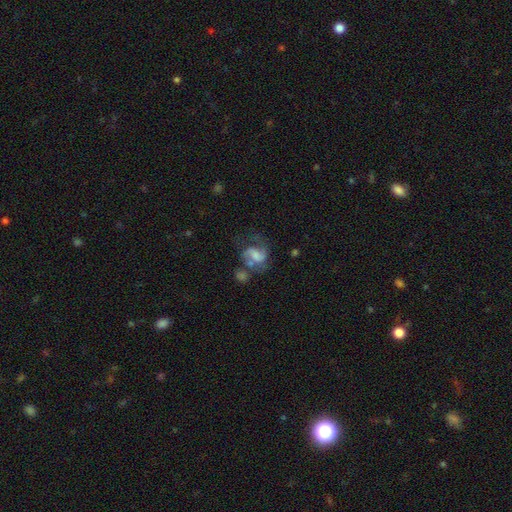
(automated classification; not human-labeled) smooth-or-featured: featured or disk: 65% | smooth: 26% | star or artifact: 9%
  disk-edge-on: no: 98% | yes: 2%
    bar: weak: 44% | no: 41% | strong: 15%
    has-spiral-arms: yes: 86% | no: 14%
      spiral-winding: medium: 48% | loose: 37% | tight: 15%
      spiral-arm-count: 2: 76% | 1: 10% | can't tell: 9% | 3: 3% | 4: 1% | more than 4: 1%
    bulge-size: moderate: 31% | small: 27% | none: 26% | large: 13% | dominant: 2%
  merging: none: 36% | major disturbance: 25% | merger: 21% | minor disturbance: 19%